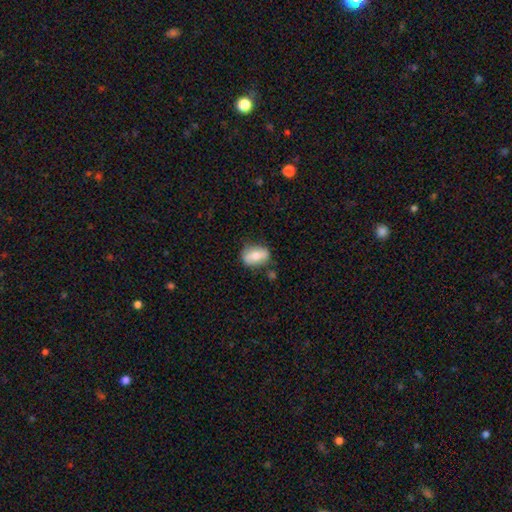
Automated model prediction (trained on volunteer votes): smooth_or_featured: smooth (p=0.67) [alt: featured or disk p=0.26]
how_rounded: in between (p=0.80) [alt: round p=0.17]
merging: none (p=0.72) [alt: minor disturbance p=0.19]